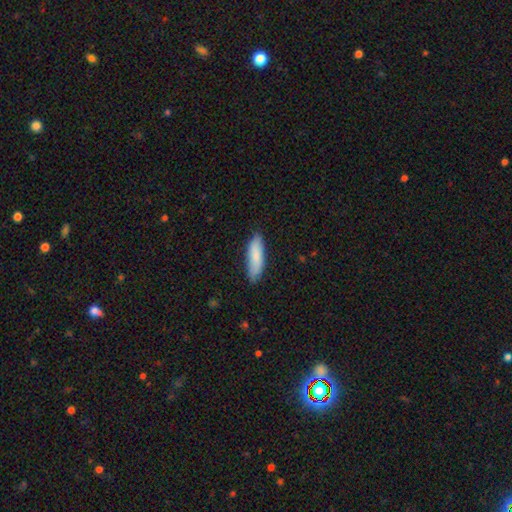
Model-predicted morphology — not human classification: type=smooth (84%); roundness=cigar-shaped (55%); merging=none (81%).